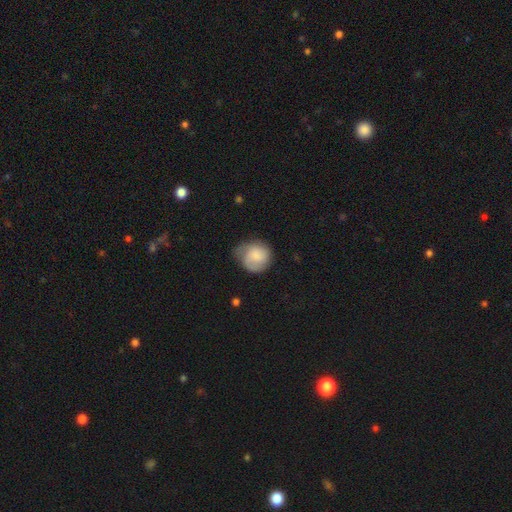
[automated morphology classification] Smooth or featured?
  - smooth: 62% *
  - featured or disk: 32%
  - star or artifact: 7%
How rounded?
  - round: 80% *
  - in between: 19%
  - cigar-shaped: 1%
Merging?
  - none: 50% *
  - minor disturbance: 33%
  - major disturbance: 15%
  - merger: 2%